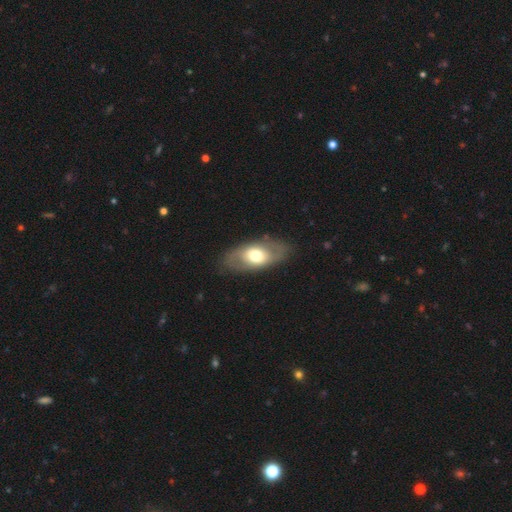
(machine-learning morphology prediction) smooth 51%, featured or disk 43%, star or artifact 6%. Down the decision tree: how rounded — in between (88%); merging — none (80%).